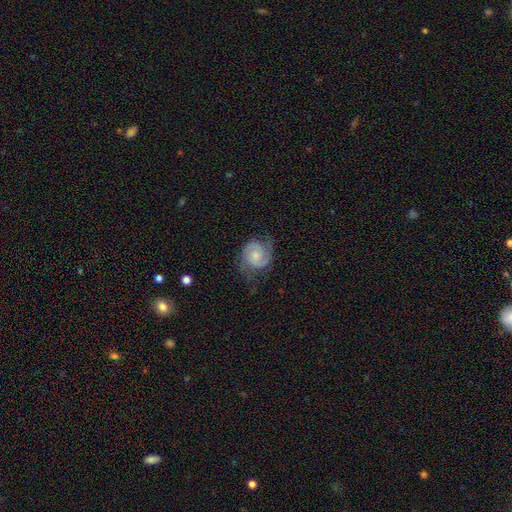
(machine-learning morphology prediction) smooth-or-featured: featured or disk: 80% | smooth: 13% | star or artifact: 6%
  disk-edge-on: no: 98% | yes: 2%
    bar: no: 65% | weak: 30% | strong: 4%
    has-spiral-arms: yes: 97% | no: 3%
      spiral-winding: medium: 46% | tight: 40% | loose: 15%
      spiral-arm-count: 2: 87% | can't tell: 5% | 3: 3% | 1: 2% | 4: 1% | more than 4: 1%
    bulge-size: small: 45% | moderate: 35% | none: 14% | large: 5% | dominant: 1%
  merging: none: 67% | minor disturbance: 21% | major disturbance: 11% | merger: 1%